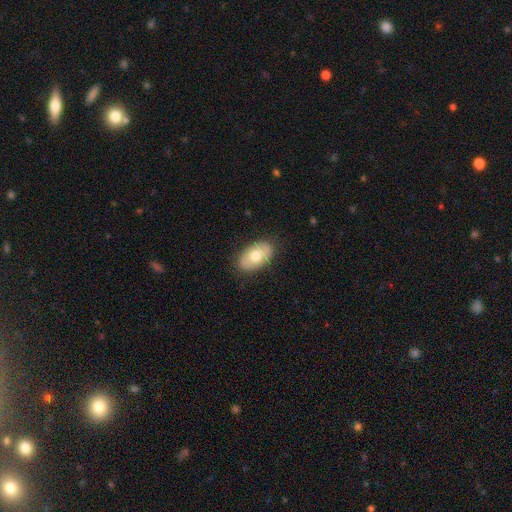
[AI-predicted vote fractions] Smooth or featured: smooth — 69% (featured or disk — 24%)
How rounded: in between — 92% (round — 7%)
Merging: none — 84% (minor disturbance — 13%)